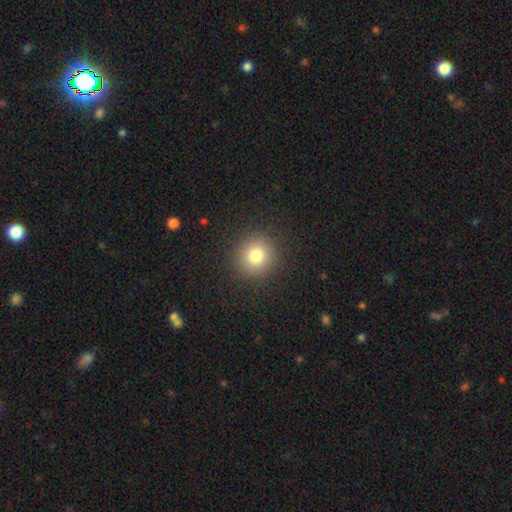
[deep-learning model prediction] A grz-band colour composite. It shows a smooth galaxy with no disk features (80%) that is round (91%). Merging: none (91%).